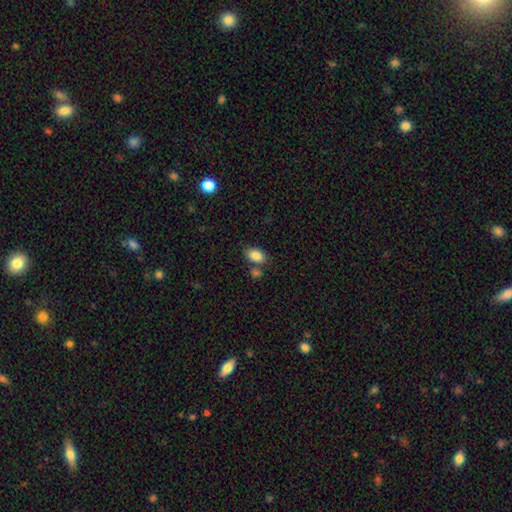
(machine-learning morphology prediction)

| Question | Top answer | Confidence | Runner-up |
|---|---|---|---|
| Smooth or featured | smooth | 87% | star or artifact (8%) |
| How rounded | in between | 87% | round (12%) |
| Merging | none | 68% | merger (17%) |